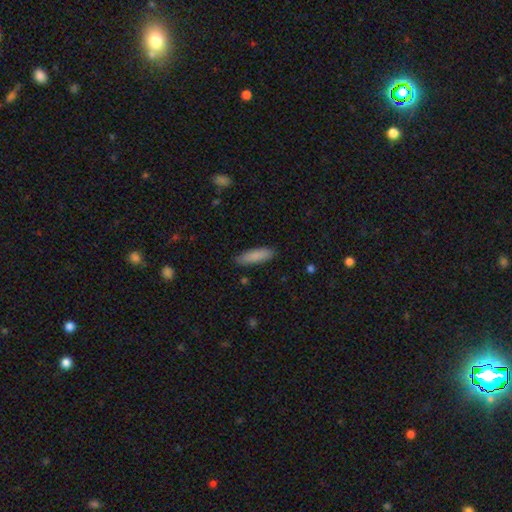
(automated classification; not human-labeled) Morphology: type=smooth (86%); roundness=cigar-shaped (60%); merging=none (87%).